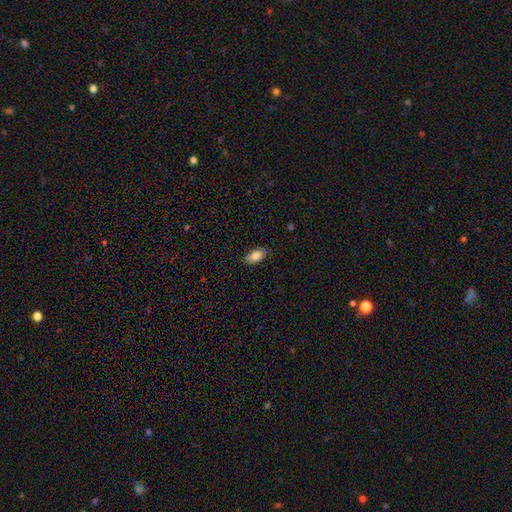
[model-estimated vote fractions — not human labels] Smooth or featured: smooth — 84% (featured or disk — 8%)
How rounded: in between — 92% (round — 4%)
Merging: none — 85% (minor disturbance — 12%)